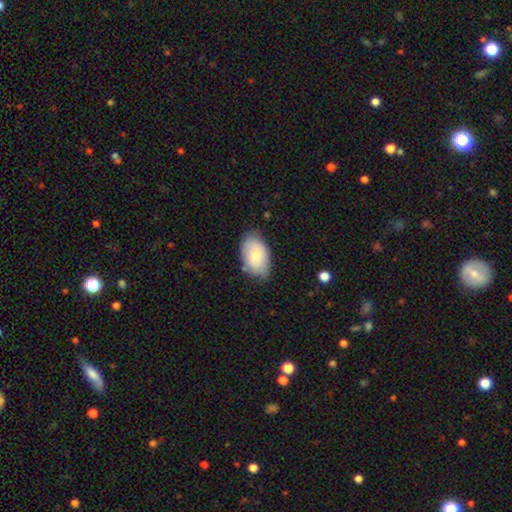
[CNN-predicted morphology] type=smooth (71%); roundness=in between (91%); merging=none (71%).